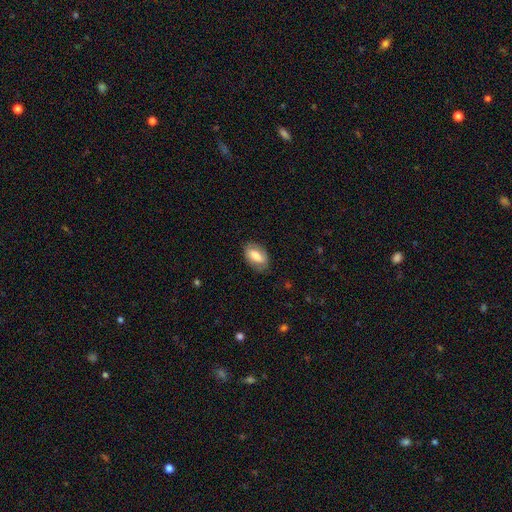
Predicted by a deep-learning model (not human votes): Smooth or featured: smooth — 67% (featured or disk — 26%)
How rounded: in between — 91% (round — 6%)
Merging: none — 78% (minor disturbance — 16%)